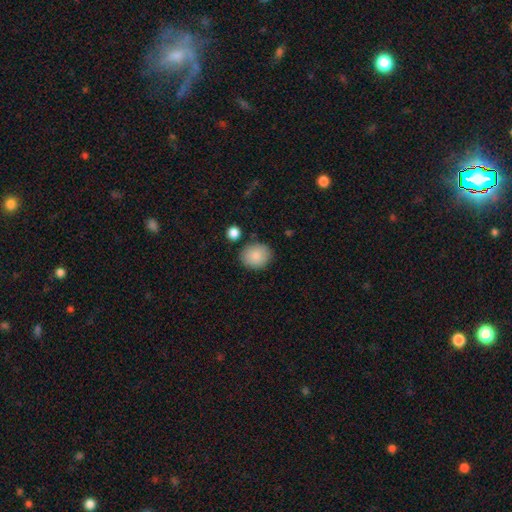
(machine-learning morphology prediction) smooth 86%, star or artifact 7%, featured or disk 7%. Down the decision tree: how rounded — round (68%); merging — none (82%).